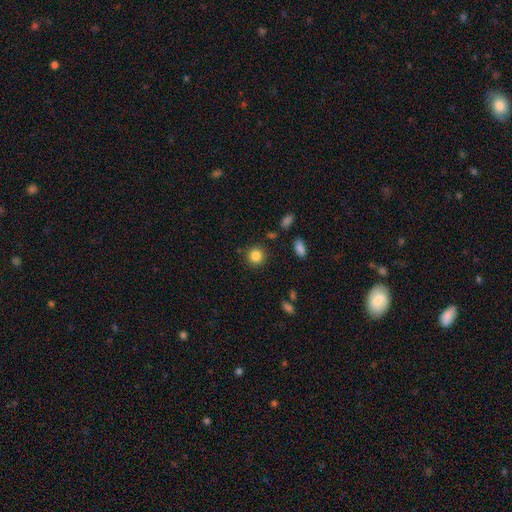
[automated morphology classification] Smooth or featured: smooth — 84% (star or artifact — 10%)
How rounded: round — 91% (in between — 8%)
Merging: none — 88% (minor disturbance — 7%)